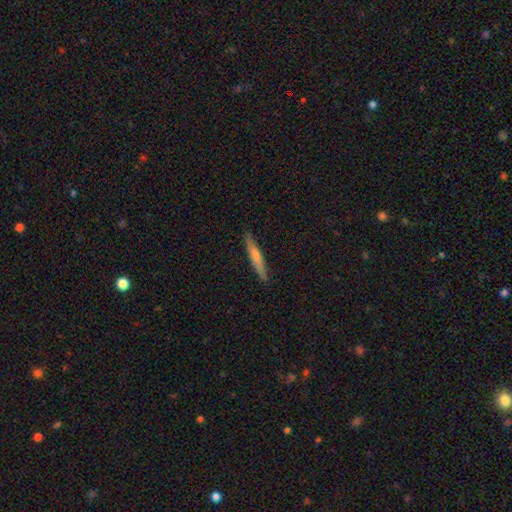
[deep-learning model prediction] A smooth galaxy with no disk features (52%) that is cigar-shaped (94%).

Vote fractions:
- Smooth or featured? smooth: 52% / featured or disk: 42% / star or artifact: 6%
- How rounded? cigar-shaped: 94% / in between: 5% / round: 1%
- Merging? none: 89% / minor disturbance: 8% / major disturbance: 1% / merger: 1%